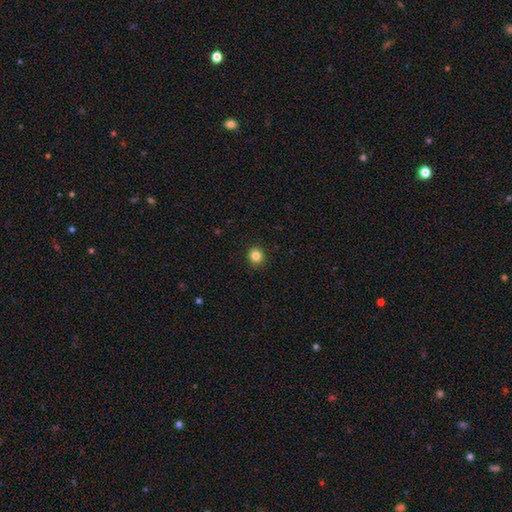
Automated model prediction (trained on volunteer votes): smooth_or_featured: smooth (p=0.84) [alt: star or artifact p=0.12]
how_rounded: round (p=0.90) [alt: in between p=0.09]
merging: none (p=0.92) [alt: minor disturbance p=0.05]